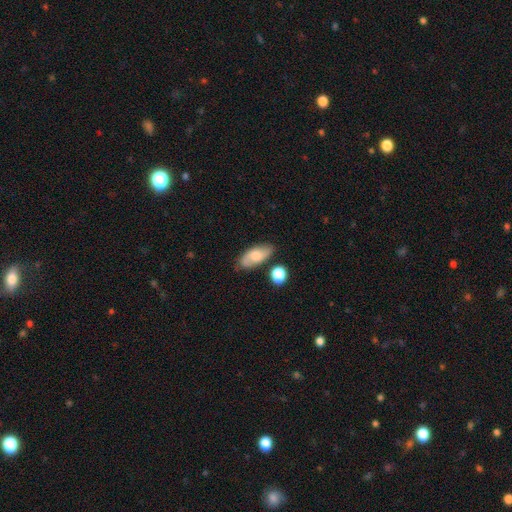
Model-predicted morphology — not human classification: A smooth galaxy with no disk features (54%) that is in between round and cigar-shaped (85%). Merging: none (73%).